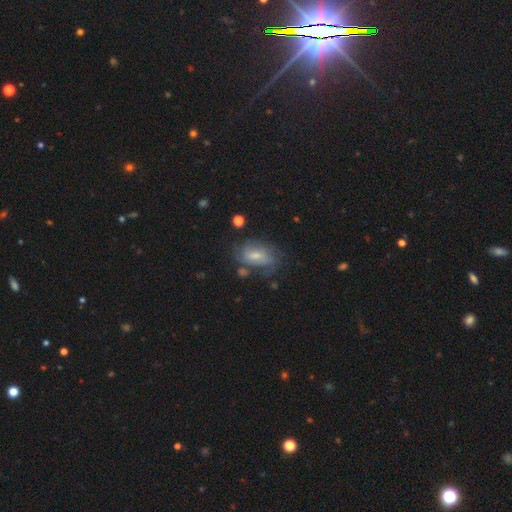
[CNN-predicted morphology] Smooth or featured? smooth (49%)
Merging? none (52%)